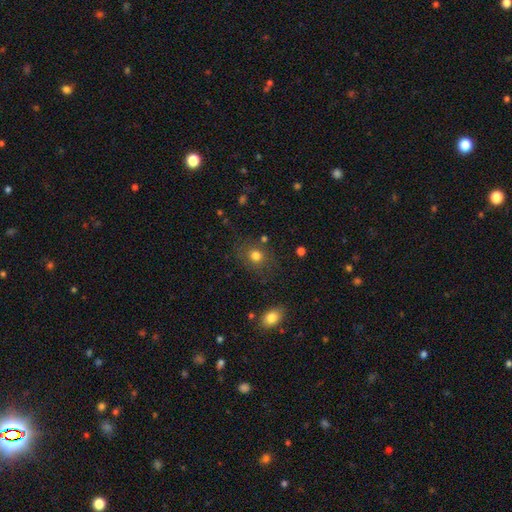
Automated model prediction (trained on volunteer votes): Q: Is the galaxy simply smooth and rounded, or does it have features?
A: smooth — 78%.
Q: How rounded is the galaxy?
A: round — 73%.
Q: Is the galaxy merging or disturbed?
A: none — 78%.